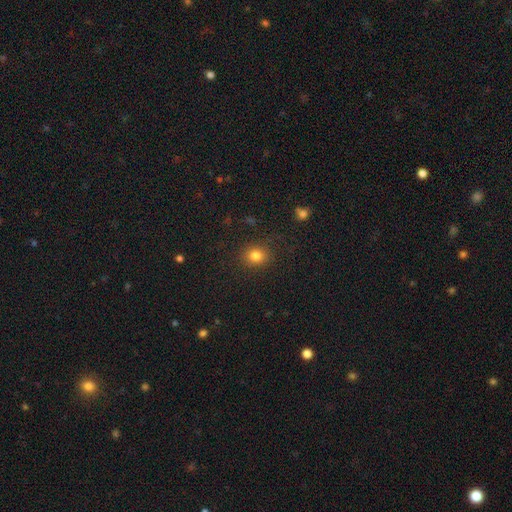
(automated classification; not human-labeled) Smooth or featured: smooth — 82% (star or artifact — 13%)
How rounded: round — 69% (in between — 30%)
Merging: none — 87% (minor disturbance — 9%)